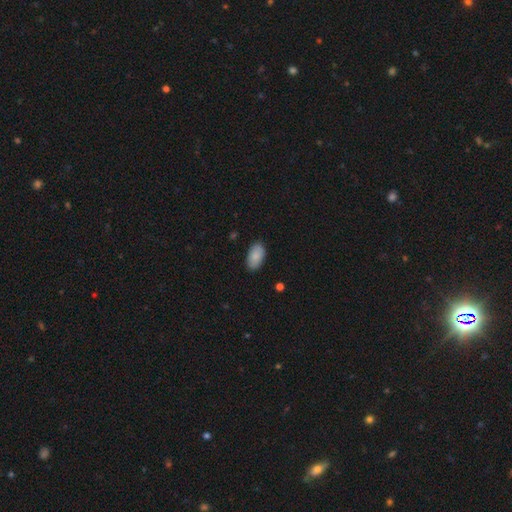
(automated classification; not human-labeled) A smooth galaxy with no disk features (87%) that is in between round and cigar-shaped (95%).

Vote fractions:
- Smooth or featured? smooth: 87% / featured or disk: 7% / star or artifact: 6%
- How rounded? in between: 95% / round: 3% / cigar-shaped: 2%
- Merging? none: 87% / minor disturbance: 10% / major disturbance: 2% / merger: 1%